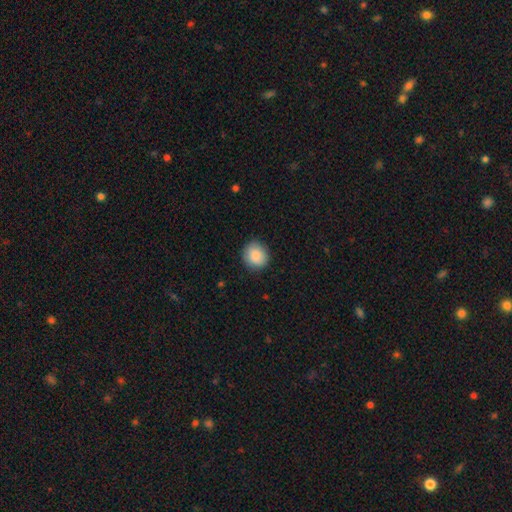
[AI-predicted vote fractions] Smooth or featured?
  - smooth: 87% *
  - star or artifact: 7%
  - featured or disk: 6%
How rounded?
  - round: 82% *
  - in between: 17%
  - cigar-shaped: 1%
Merging?
  - none: 87% *
  - minor disturbance: 9%
  - major disturbance: 2%
  - merger: 1%